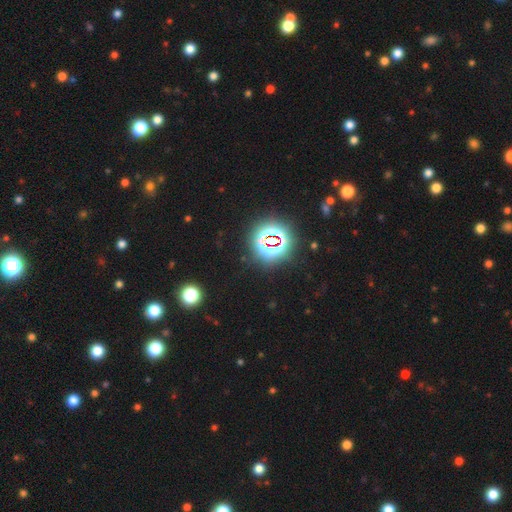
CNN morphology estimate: Smooth or featured?
  - star or artifact: 81% *
  - smooth: 13%
  - featured or disk: 7%